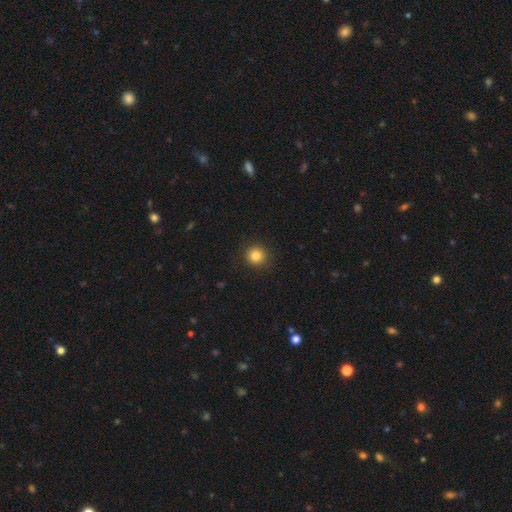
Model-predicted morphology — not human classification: type=smooth (84%); roundness=round (93%); merging=none (92%).